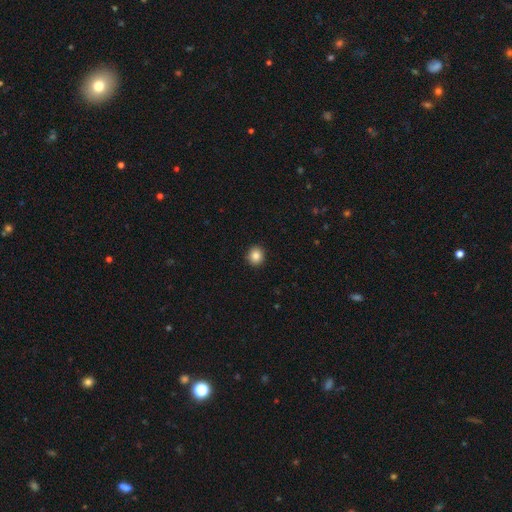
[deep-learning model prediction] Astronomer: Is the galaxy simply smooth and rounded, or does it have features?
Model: smooth — 85%.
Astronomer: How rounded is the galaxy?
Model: round — 84%.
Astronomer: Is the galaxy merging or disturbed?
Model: none — 92%.